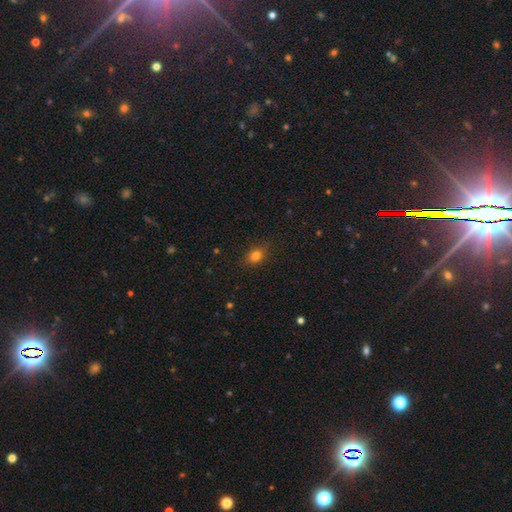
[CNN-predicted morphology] Smooth or featured: smooth — 80% (star or artifact — 14%)
How rounded: in between — 64% (round — 34%)
Merging: none — 83% (minor disturbance — 13%)